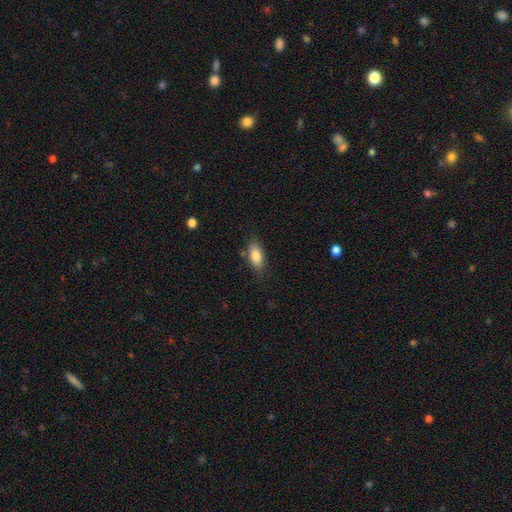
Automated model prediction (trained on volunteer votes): Smooth or featured? smooth (83%)
How rounded? in between (86%)
Merging? none (77%)